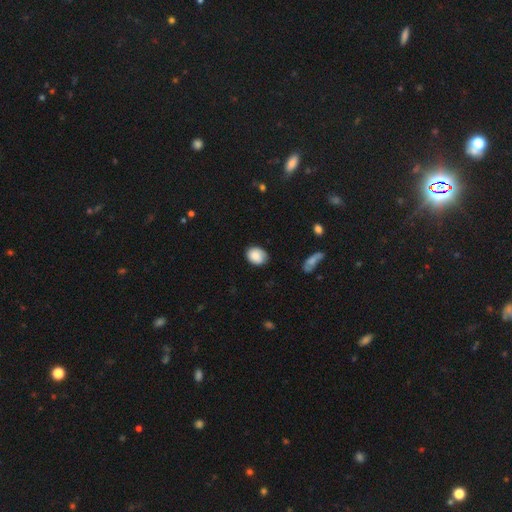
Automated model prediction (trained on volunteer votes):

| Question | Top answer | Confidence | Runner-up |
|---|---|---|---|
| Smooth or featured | smooth | 83% | featured or disk (10%) |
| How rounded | in between | 60% | round (39%) |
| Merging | none | 74% | minor disturbance (20%) |